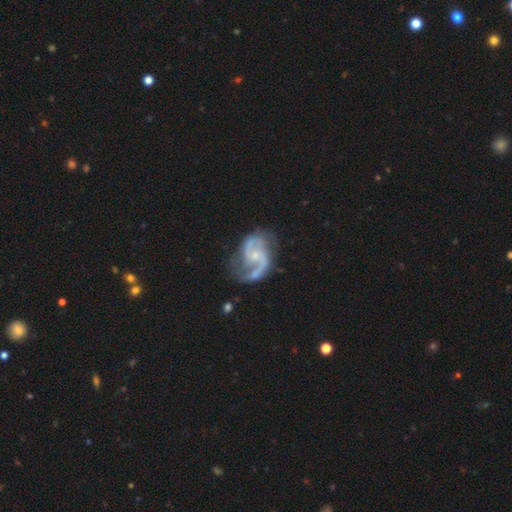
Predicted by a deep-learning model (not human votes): Smooth or featured? featured or disk (91%)
Edge-on disk? no (98%)
Bar? no (51%)
Spiral arms? yes (98%)
Spiral winding? medium (56%)
Spiral arm count? 2 (91%)
Bulge size? small (69%)
Merging? none (64%)